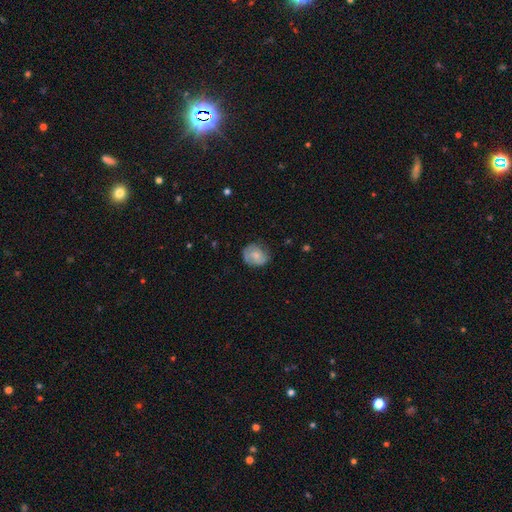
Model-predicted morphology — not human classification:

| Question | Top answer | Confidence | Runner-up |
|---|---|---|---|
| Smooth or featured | smooth | 62% | featured or disk (30%) |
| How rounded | round | 63% | in between (36%) |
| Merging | none | 66% | minor disturbance (25%) |